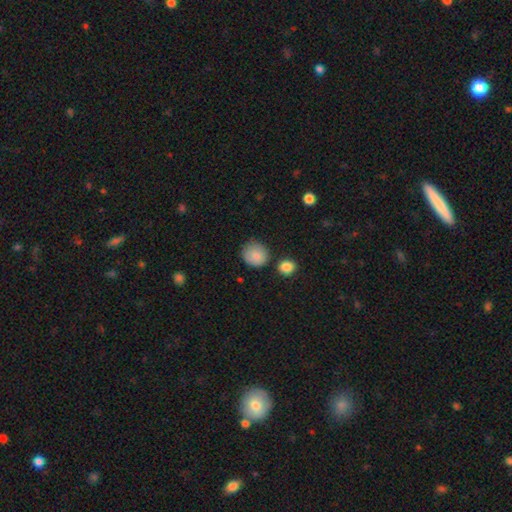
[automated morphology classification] Smooth or featured? Predicted: smooth (p=0.84). How rounded? Predicted: round (p=0.86). Merging? Predicted: none (p=0.72).